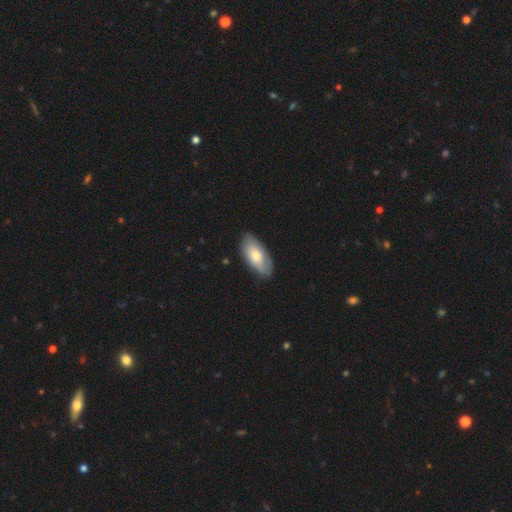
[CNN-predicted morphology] A smooth galaxy with no disk features (65%) that is in between round and cigar-shaped (91%). Merging: none (79%).